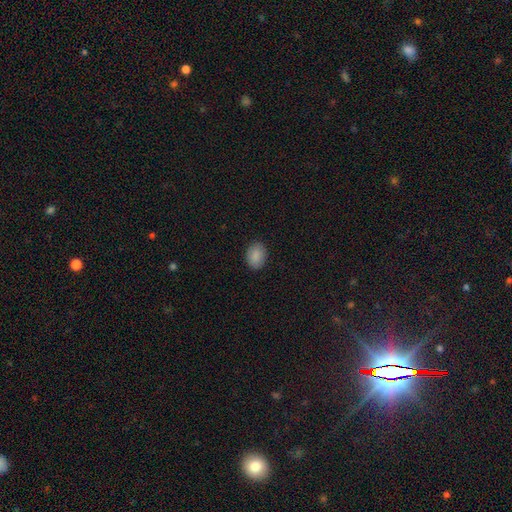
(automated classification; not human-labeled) A smooth galaxy with no disk features (89%) that is in between round and cigar-shaped (72%). Merging: none (88%).